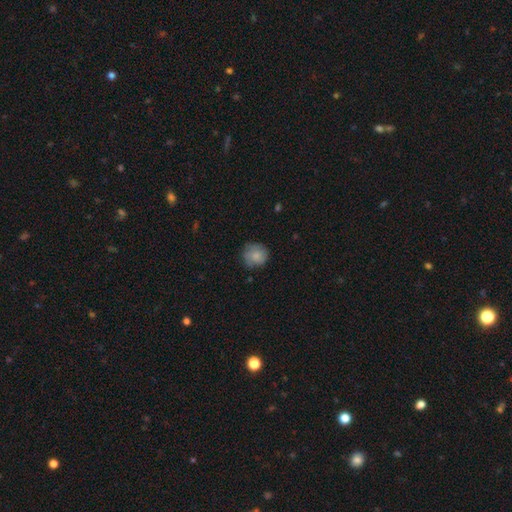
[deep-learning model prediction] Smooth or featured?
  - smooth: 78% *
  - featured or disk: 14%
  - star or artifact: 7%
How rounded?
  - round: 88% *
  - in between: 11%
  - cigar-shaped: 1%
Merging?
  - none: 71% *
  - minor disturbance: 22%
  - major disturbance: 5%
  - merger: 1%